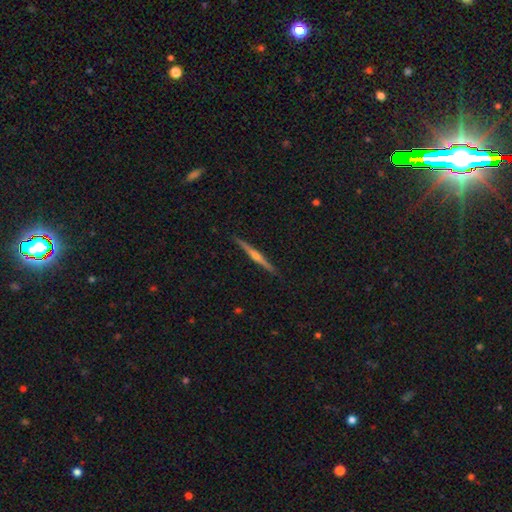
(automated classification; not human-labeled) Smooth or featured: featured or disk — 80% (smooth — 14%)
Edge-on disk: yes — 99% (no — 1%)
Edge-on bulge: rounded — 83% (none — 11%)
Merging: none — 91% (minor disturbance — 6%)